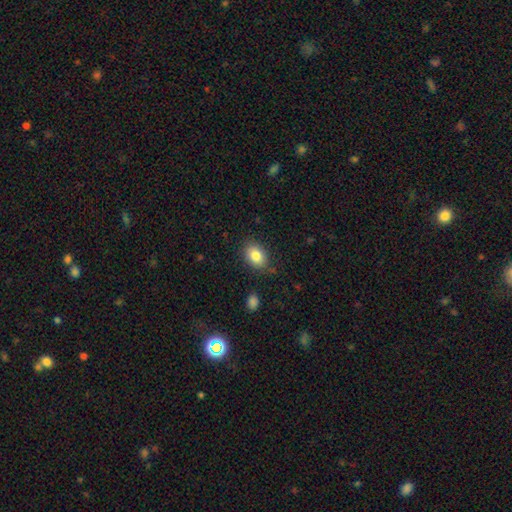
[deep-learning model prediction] A smooth galaxy with no disk features (84%) that is in between round and cigar-shaped (75%).

Vote fractions:
- Smooth or featured? smooth: 84% / star or artifact: 8% / featured or disk: 8%
- How rounded? in between: 75% / round: 24% / cigar-shaped: 1%
- Merging? none: 82% / minor disturbance: 13% / major disturbance: 3% / merger: 2%